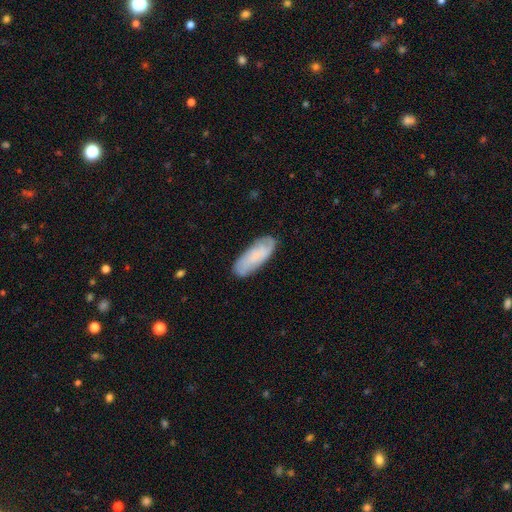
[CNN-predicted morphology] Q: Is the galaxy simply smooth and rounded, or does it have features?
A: smooth — 61%.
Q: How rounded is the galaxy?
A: in between — 74%.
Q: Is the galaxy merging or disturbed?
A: none — 80%.